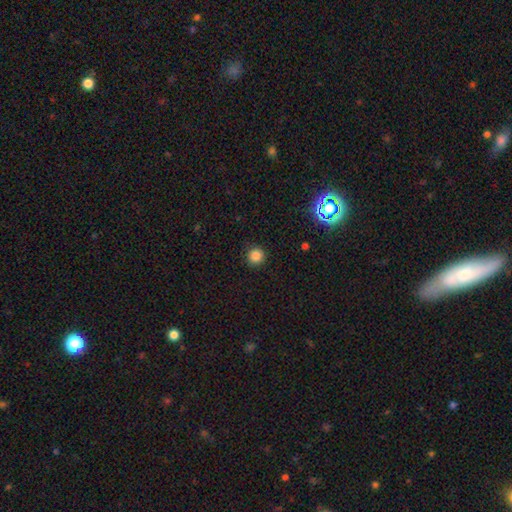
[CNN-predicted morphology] smooth-or-featured: smooth: 84% | star or artifact: 12% | featured or disk: 3%
  how-rounded: round: 95% | in between: 4% | cigar-shaped: 1%
  merging: none: 90% | minor disturbance: 7% | major disturbance: 2% | merger: 1%